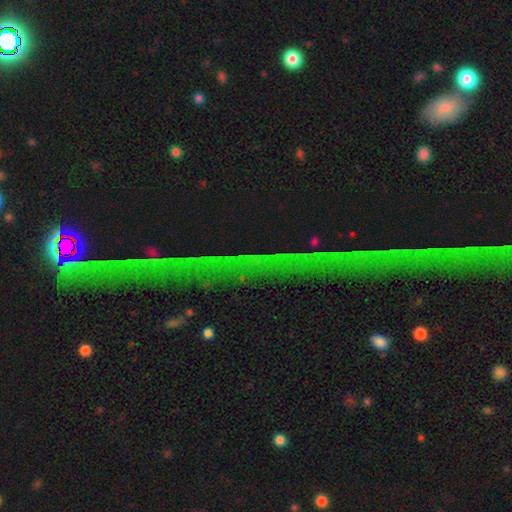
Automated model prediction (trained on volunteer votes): Smooth or featured? Predicted: star or artifact (p=0.76).